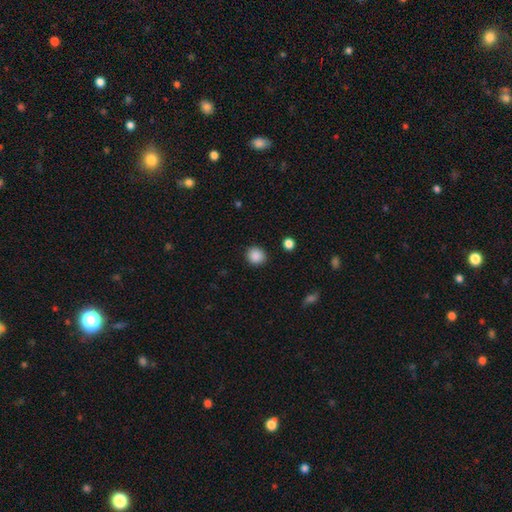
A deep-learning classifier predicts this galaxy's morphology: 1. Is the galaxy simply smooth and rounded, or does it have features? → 88% smooth, 9% star or artifact, 3% featured or disk.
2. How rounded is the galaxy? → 88% round, 11% in between, 1% cigar-shaped.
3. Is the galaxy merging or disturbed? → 90% none, 6% minor disturbance, 2% major disturbance, 1% merger.